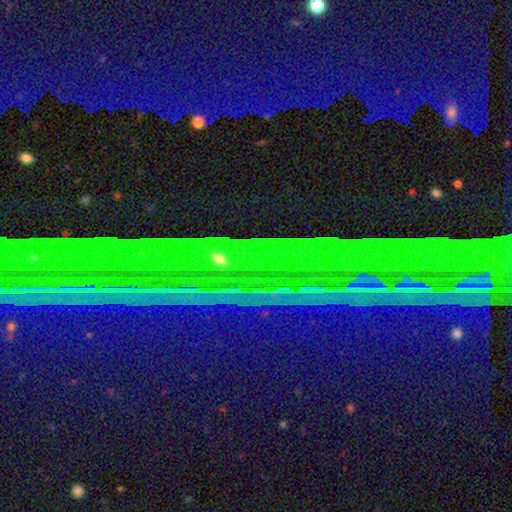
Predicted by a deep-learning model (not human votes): Morphology: type=star or artifact (78%).